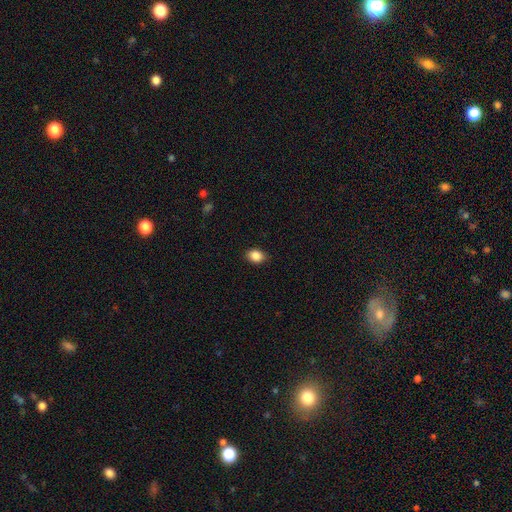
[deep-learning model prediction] Morphology: type=smooth (87%); roundness=in between (66%); merging=none (86%).